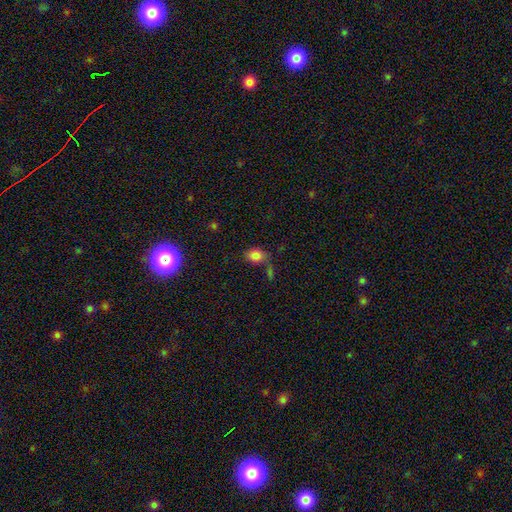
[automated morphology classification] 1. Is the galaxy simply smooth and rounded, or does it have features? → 82% smooth, 10% star or artifact, 7% featured or disk.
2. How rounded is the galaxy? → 70% in between, 28% round, 1% cigar-shaped.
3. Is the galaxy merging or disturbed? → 55% none, 21% minor disturbance, 15% merger, 10% major disturbance.